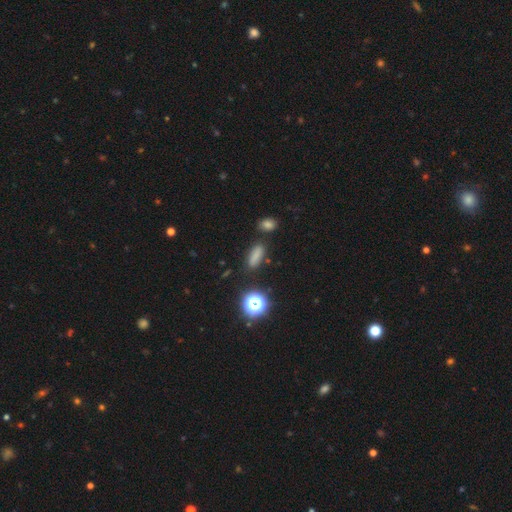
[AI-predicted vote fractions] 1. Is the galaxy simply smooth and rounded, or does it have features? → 77% smooth, 16% star or artifact, 7% featured or disk.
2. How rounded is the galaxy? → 60% in between, 31% cigar-shaped, 9% round.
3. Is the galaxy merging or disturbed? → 81% none, 11% minor disturbance, 4% merger, 4% major disturbance.